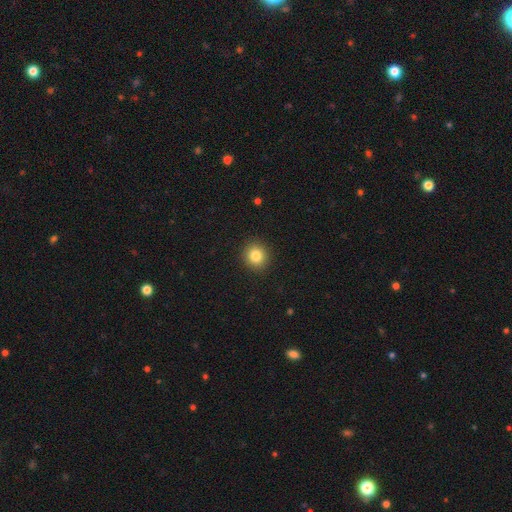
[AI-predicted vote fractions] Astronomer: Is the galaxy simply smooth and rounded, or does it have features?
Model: smooth — 83%.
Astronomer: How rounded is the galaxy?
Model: round — 87%.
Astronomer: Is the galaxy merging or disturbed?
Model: none — 92%.